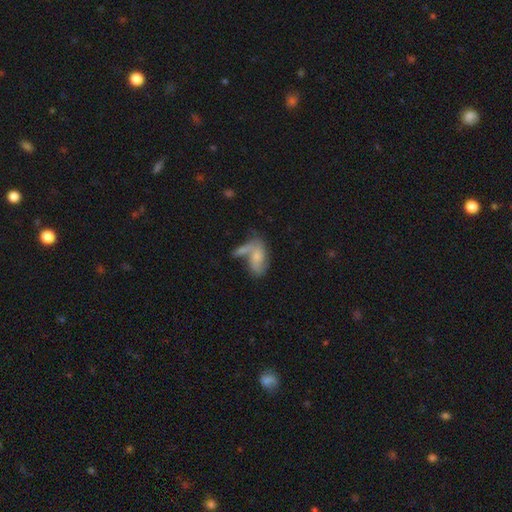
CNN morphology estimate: Smooth or featured? Predicted: smooth (p=0.47). Merging? Predicted: merger (p=0.42).